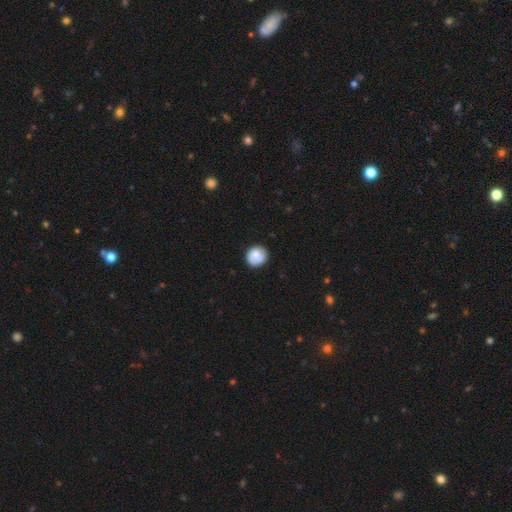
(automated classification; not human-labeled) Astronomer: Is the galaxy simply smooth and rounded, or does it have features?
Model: smooth — 79%.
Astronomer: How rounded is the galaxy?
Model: round — 86%.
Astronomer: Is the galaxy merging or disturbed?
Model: none — 77%.